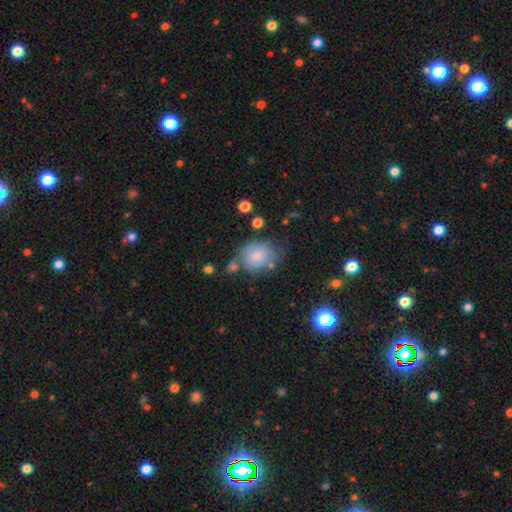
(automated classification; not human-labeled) This is likely a smooth galaxy (67%). How rounded: likely round (60%). Merging: possibly none (59%).